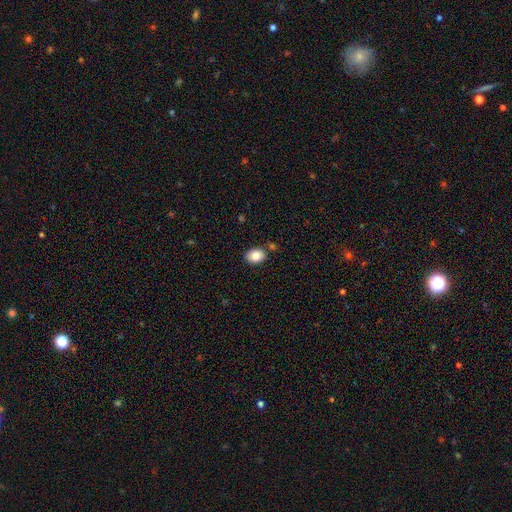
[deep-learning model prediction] smooth_or_featured: smooth (p=0.85) [alt: star or artifact p=0.08]
how_rounded: in between (p=0.68) [alt: round p=0.31]
merging: none (p=0.78) [alt: minor disturbance p=0.13]